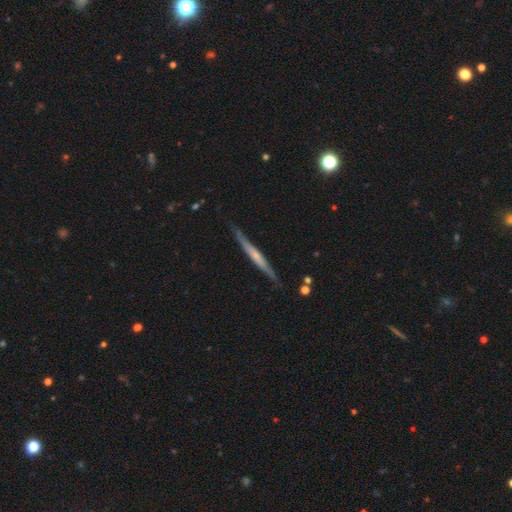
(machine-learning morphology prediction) The model was most divided on "edge-on bulge": none: 56%, rounded: 33%, boxy: 11%. More confident: edge-on disk — yes (95%); merging — none (81%); smooth or featured — featured or disk (60%).